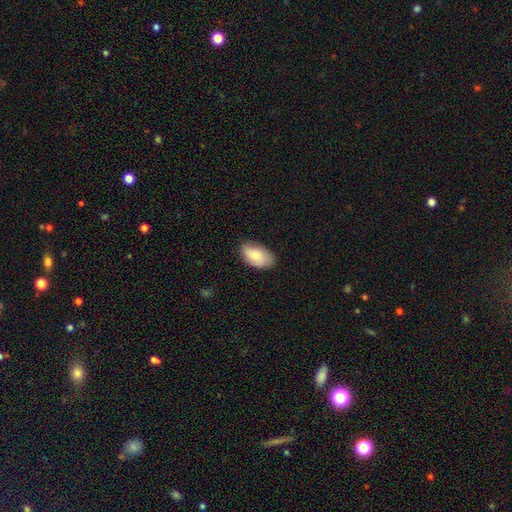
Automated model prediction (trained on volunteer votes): A smooth galaxy with no disk features (79%) that is in between round and cigar-shaped (94%).

Vote fractions:
- Smooth or featured? smooth: 79% / featured or disk: 15% / star or artifact: 6%
- How rounded? in between: 94% / round: 4% / cigar-shaped: 2%
- Merging? none: 76% / minor disturbance: 19% / major disturbance: 3% / merger: 1%